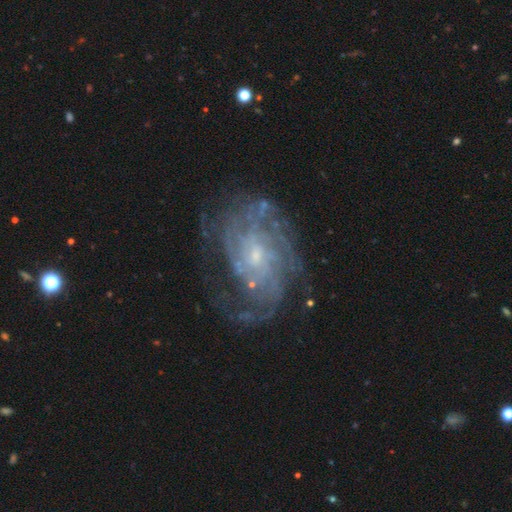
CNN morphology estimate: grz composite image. It shows a featured or disk galaxy (86%) with no bar (63%), tight (57%) spiral arms (93%) and a small central bulge (70%). Merging: none (66%).